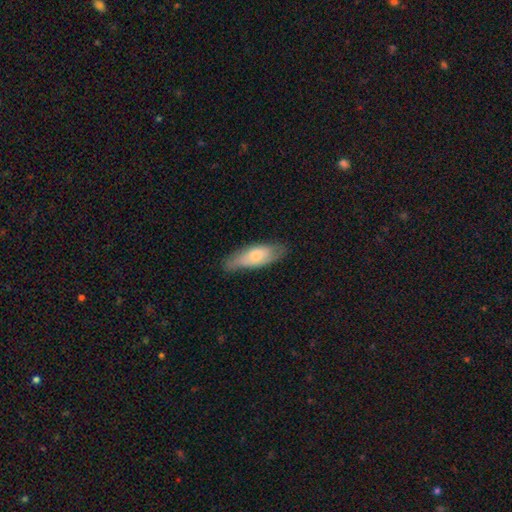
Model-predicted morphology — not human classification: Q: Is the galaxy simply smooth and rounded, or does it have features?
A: smooth — 62%.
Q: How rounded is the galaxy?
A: in between — 64%.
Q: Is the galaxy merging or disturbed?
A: none — 73%.